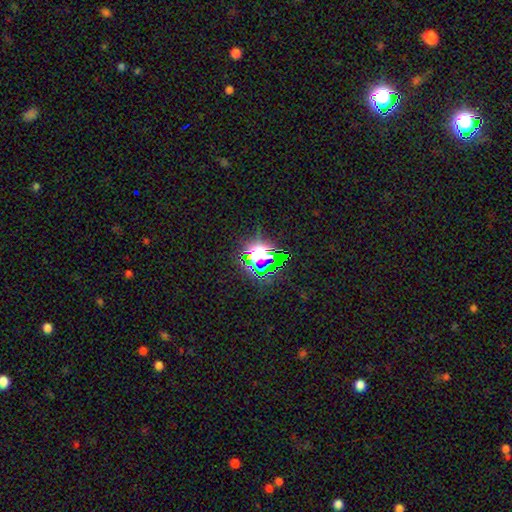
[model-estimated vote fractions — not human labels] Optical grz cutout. It shows a star or artifact, not a galaxy (70%).